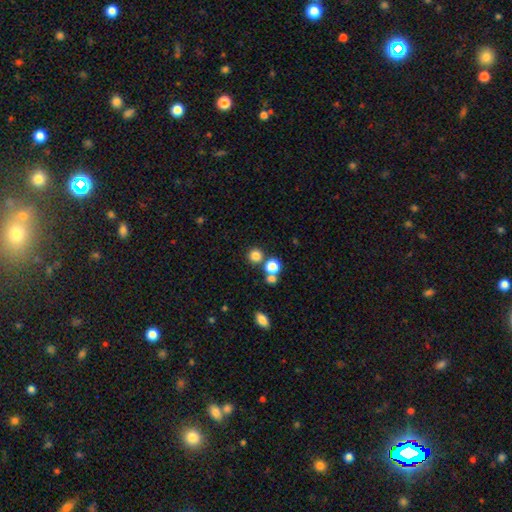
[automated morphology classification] The model was most divided on "merging": none: 73%, merger: 17%, minor disturbance: 7%, major disturbance: 3%. More confident: how rounded — round (92%); smooth or featured — smooth (79%).